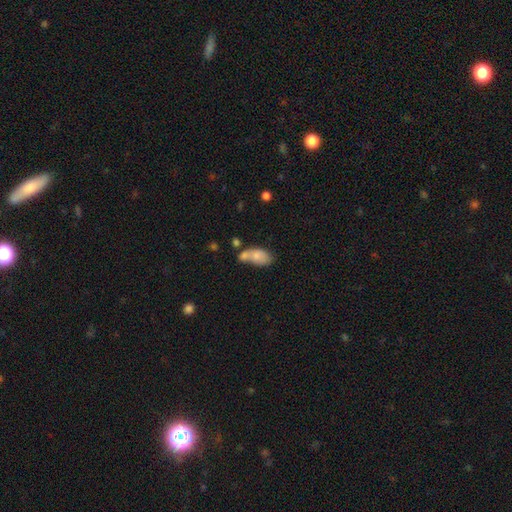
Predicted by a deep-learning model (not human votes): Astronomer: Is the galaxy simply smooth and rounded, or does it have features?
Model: smooth — 75%.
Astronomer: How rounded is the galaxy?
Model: in between — 89%.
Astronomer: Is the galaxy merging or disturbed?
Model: merger — 45% (runner-up: none, 29%).